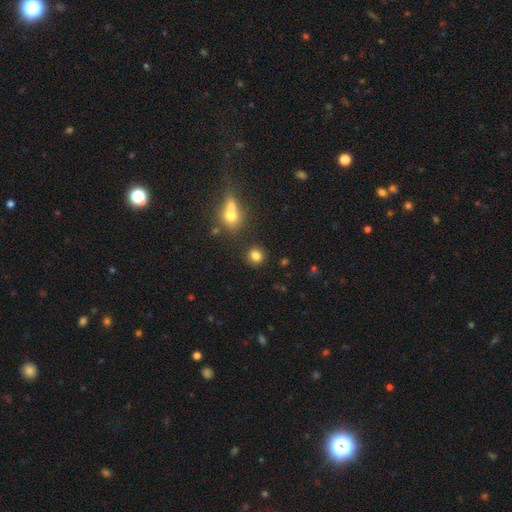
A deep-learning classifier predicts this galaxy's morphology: Overall: smooth (82%). How rounded: round (81%). Merging: none (83%).